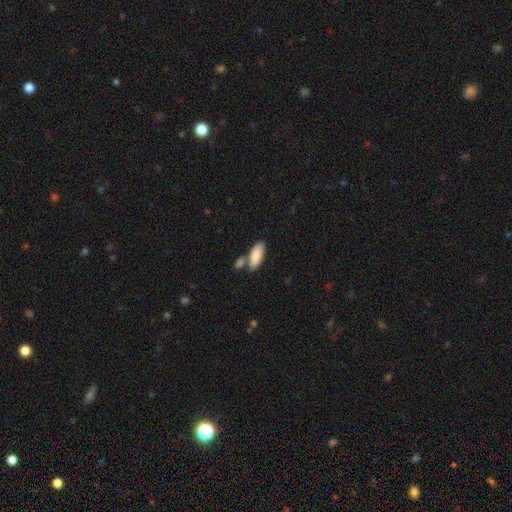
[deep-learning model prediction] This appears to be a smooth galaxy with no disk features (86%) that is in between round and cigar-shaped (83%). Merging: none (61%).